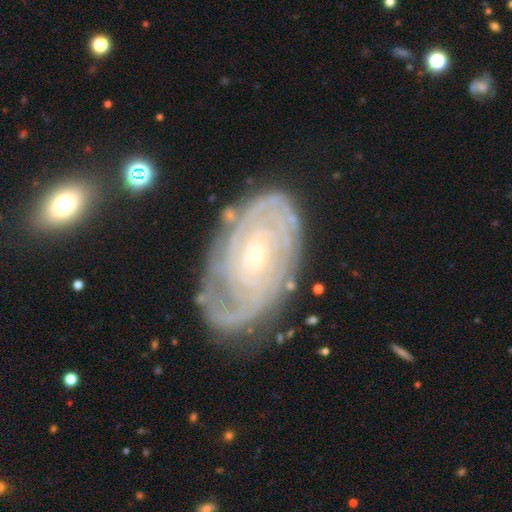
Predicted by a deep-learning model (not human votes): Morphology: type=featured or disk (86%); edge-on=no (96%); bar=no (70%); spiral arms=yes (95%); winding=tight (78%); arm count=can't tell (38%); bulge=small (78%); merging=none (75%).